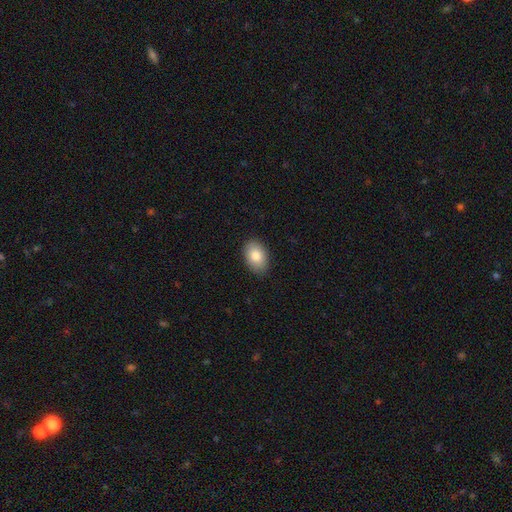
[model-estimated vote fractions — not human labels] Overall: smooth (84%). How rounded: in between (89%). Merging: none (88%).